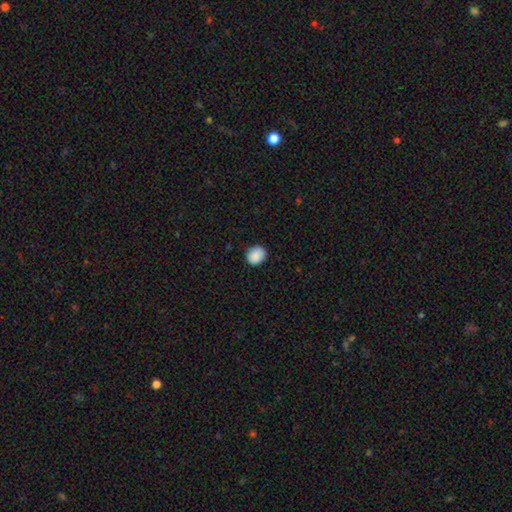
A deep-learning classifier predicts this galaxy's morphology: type=smooth (89%); roundness=round (65%); merging=none (87%).